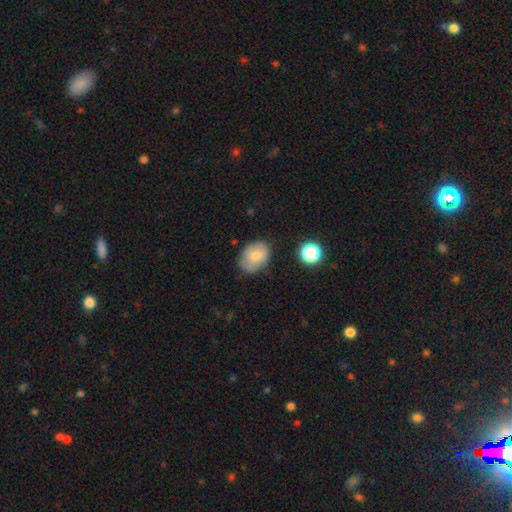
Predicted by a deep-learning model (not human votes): smooth-or-featured: smooth: 69% | featured or disk: 22% | star or artifact: 9%
  how-rounded: in between: 65% | round: 34% | cigar-shaped: 1%
  merging: none: 67% | minor disturbance: 25% | major disturbance: 6% | merger: 2%